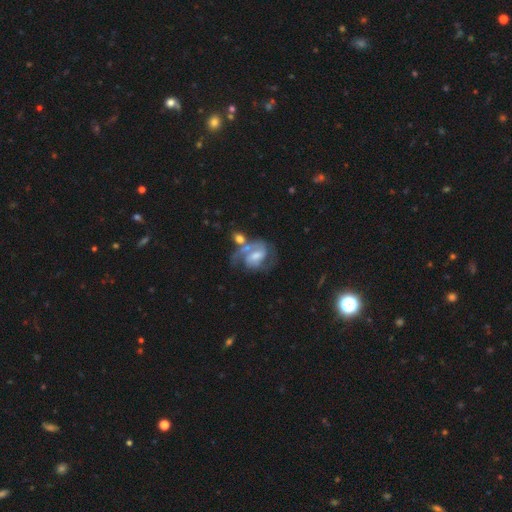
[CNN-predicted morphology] Smooth or featured?
  - featured or disk: 76% *
  - smooth: 17%
  - star or artifact: 7%
Edge-on disk?
  - no: 97% *
  - yes: 3%
Bar?
  - weak: 48% *
  - no: 28%
  - strong: 24%
Spiral arms?
  - yes: 91% *
  - no: 9%
Spiral winding?
  - medium: 50% *
  - tight: 30%
  - loose: 19%
Spiral arm count?
  - 2: 73% *
  - 1: 11%
  - can't tell: 10%
  - 3: 3%
  - 4: 1%
  - more than 4: 1%
Bulge size?
  - moderate: 42% *
  - small: 32%
  - large: 13%
  - none: 12%
  - dominant: 2%
Merging?
  - none: 37% *
  - merger: 28%
  - major disturbance: 18%
  - minor disturbance: 17%